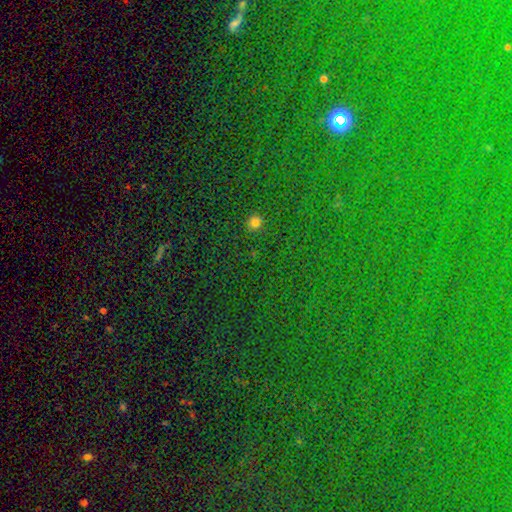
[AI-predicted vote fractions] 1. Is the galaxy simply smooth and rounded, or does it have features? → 76% star or artifact, 15% smooth, 9% featured or disk.